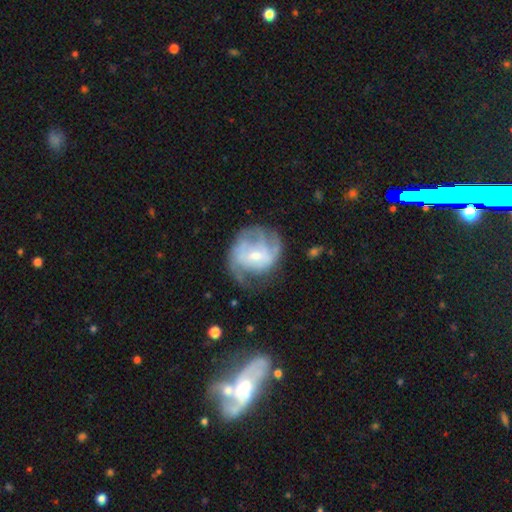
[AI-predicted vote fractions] A featured or disk galaxy (73%) with no bar (45%), 2 (40%) medium (42%) spiral arms (83%) and a small central bulge (54%). Merging: none (50%).